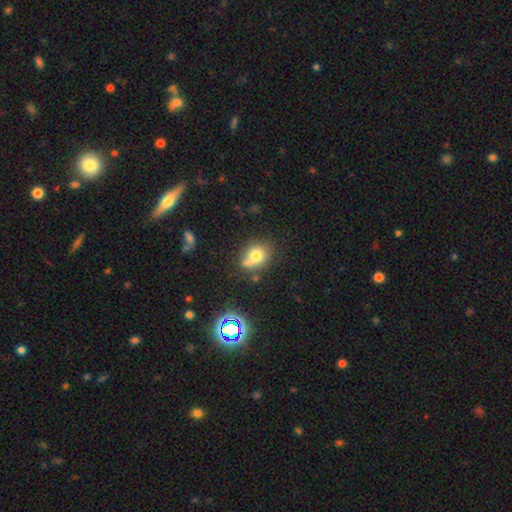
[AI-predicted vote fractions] Overall: smooth (72%). How rounded: round (65%; in between 34%). Merging: none (50%; merger 25%).